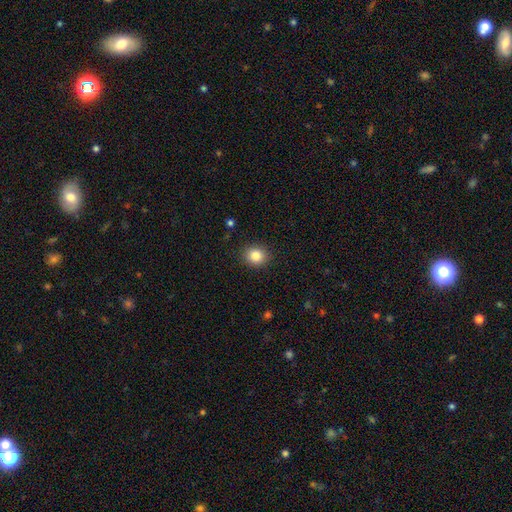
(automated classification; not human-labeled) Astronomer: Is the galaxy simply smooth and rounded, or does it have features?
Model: smooth — 85%.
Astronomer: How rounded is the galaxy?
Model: round — 75%.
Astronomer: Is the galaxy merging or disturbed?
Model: none — 90%.